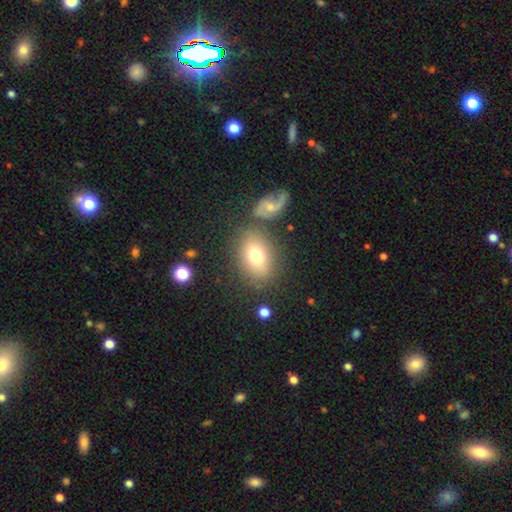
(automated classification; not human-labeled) Q: Smooth or featured?
A: smooth (71%); runner-up: featured or disk (19%)
Q: How rounded?
A: in between (71%); runner-up: round (27%)
Q: Merging?
A: none (72%); runner-up: minor disturbance (13%)